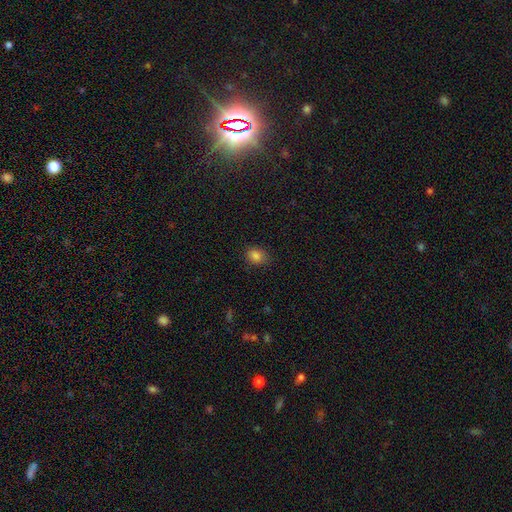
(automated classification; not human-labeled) smooth_or_featured: smooth (p=0.83) [alt: star or artifact p=0.12]
how_rounded: in between (p=0.63) [alt: round p=0.36]
merging: none (p=0.79) [alt: minor disturbance p=0.16]